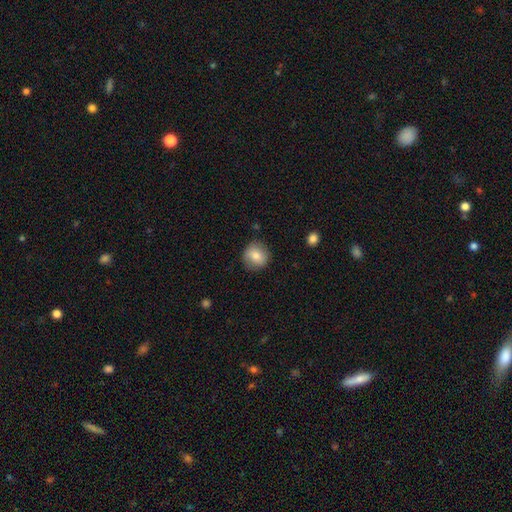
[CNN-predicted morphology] smooth-or-featured: smooth: 79% | featured or disk: 13% | star or artifact: 8%
  how-rounded: round: 89% | in between: 10% | cigar-shaped: 1%
  merging: none: 84% | minor disturbance: 12% | major disturbance: 3% | merger: 1%